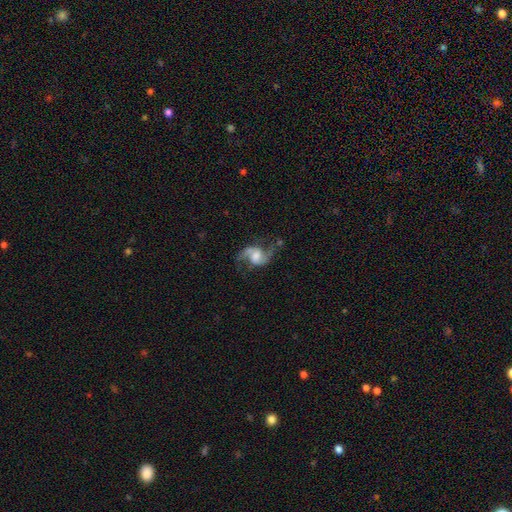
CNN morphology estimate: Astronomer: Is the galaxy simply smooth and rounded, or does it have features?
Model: featured or disk — 87%.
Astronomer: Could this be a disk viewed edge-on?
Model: no — 98%.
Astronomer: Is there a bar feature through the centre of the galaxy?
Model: weak — 46% (runner-up: no, 39%).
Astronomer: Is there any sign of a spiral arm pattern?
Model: yes — 97%.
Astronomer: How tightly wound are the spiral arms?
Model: loose — 57% (runner-up: medium, 37%).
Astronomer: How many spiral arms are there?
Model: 2 — 93%.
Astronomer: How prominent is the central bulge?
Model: moderate — 41% (runner-up: large, 23%).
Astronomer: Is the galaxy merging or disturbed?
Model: none — 70%.